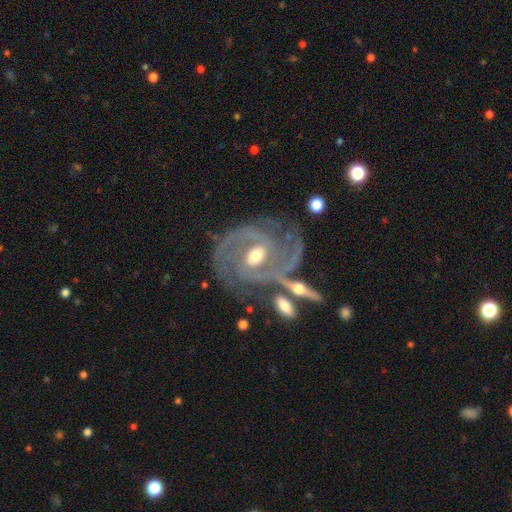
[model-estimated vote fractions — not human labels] Smooth or featured: featured or disk — 91% (smooth — 5%)
Edge-on disk: no — 96% (yes — 4%)
Bar: no — 42% (weak — 40%)
Spiral arms: yes — 96% (no — 4%)
Spiral winding: tight — 54% (medium — 37%)
Spiral arm count: 2 — 58% (3 — 17%)
Bulge size: moderate — 67% (small — 21%)
Merging: none — 57% (minor disturbance — 18%)